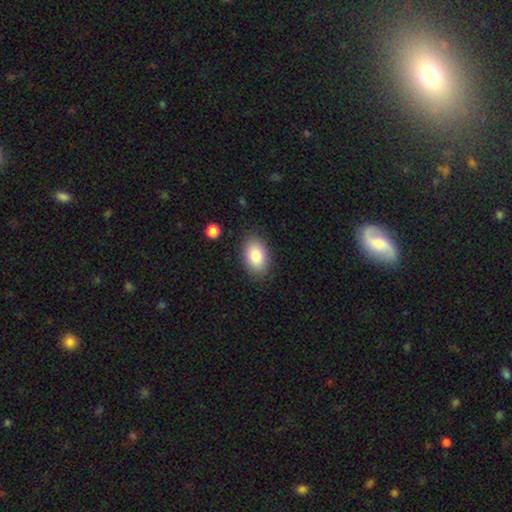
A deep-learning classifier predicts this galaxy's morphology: A smooth galaxy with no disk features (83%) that is in between round and cigar-shaped (89%). Merging: none (86%).